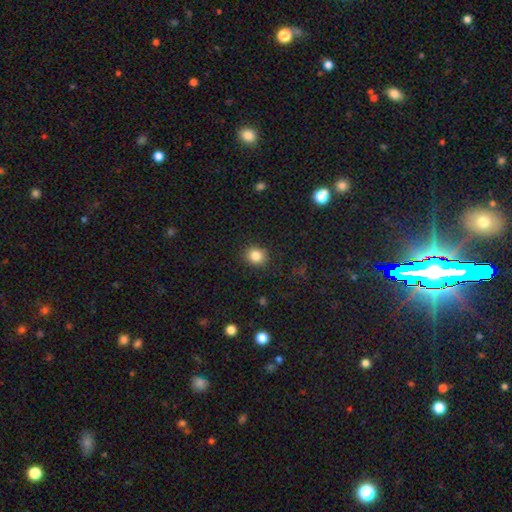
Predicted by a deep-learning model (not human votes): This is clearly a smooth galaxy (84%). How rounded: likely round (75%). Merging: clearly none (89%).